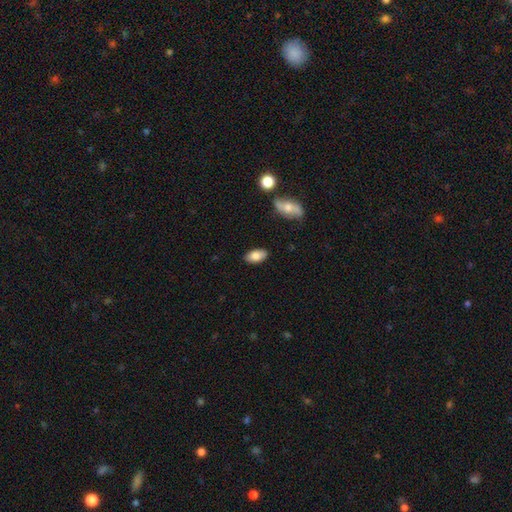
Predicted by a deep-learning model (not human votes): This appears to be a smooth galaxy with no disk features (81%) that is in between round and cigar-shaped (93%). Merging: none (86%).